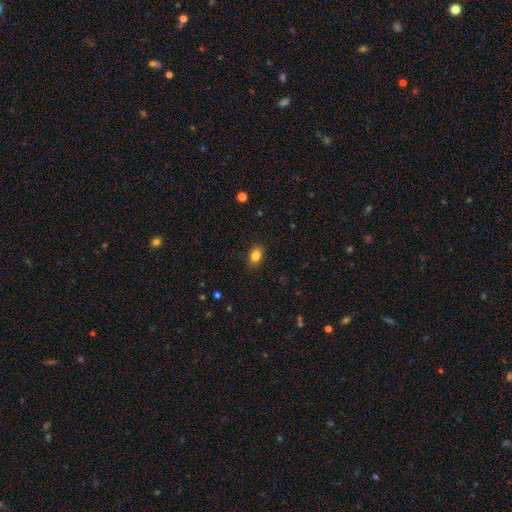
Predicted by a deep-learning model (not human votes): A smooth galaxy with no disk features (83%) that is in between round and cigar-shaped (80%).

Vote fractions:
- Smooth or featured? smooth: 83% / star or artifact: 10% / featured or disk: 7%
- How rounded? in between: 80% / round: 18% / cigar-shaped: 2%
- Merging? none: 87% / minor disturbance: 9% / major disturbance: 2% / merger: 1%